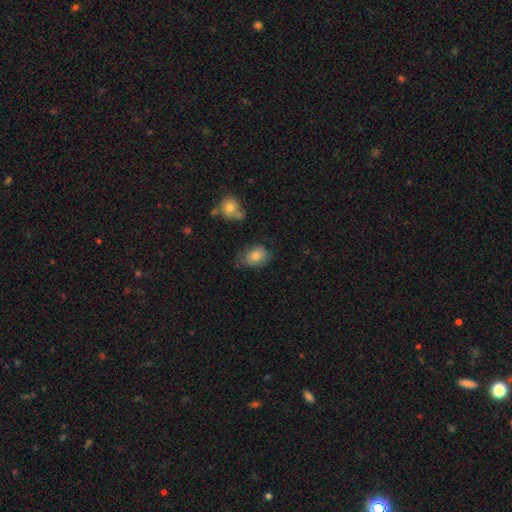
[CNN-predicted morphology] Smooth or featured: smooth — 77% (featured or disk — 14%)
How rounded: in between — 79% (round — 20%)
Merging: none — 61% (minor disturbance — 28%)